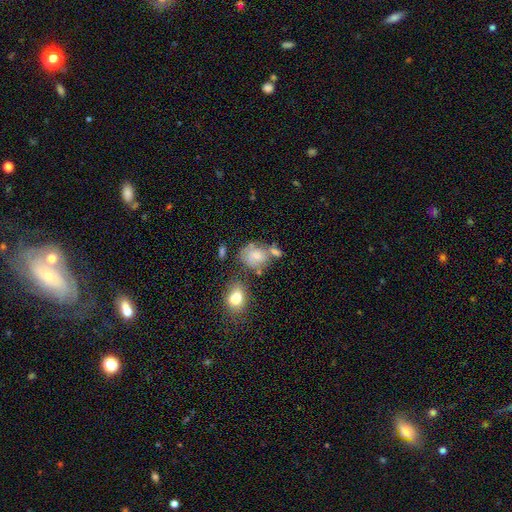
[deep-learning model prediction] This appears to be a smooth galaxy with no disk features (60%) that is in between round and cigar-shaped (50%). Merging: none (38%).